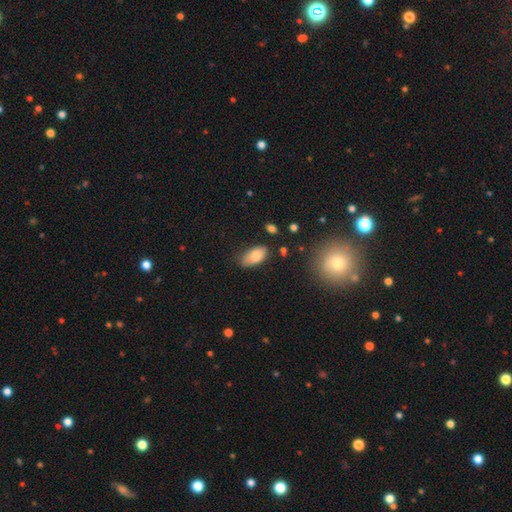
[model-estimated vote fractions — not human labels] smooth-or-featured: smooth: 80% | featured or disk: 12% | star or artifact: 8%
  how-rounded: in between: 93% | cigar-shaped: 4% | round: 3%
  merging: none: 64% | minor disturbance: 27% | major disturbance: 6% | merger: 3%